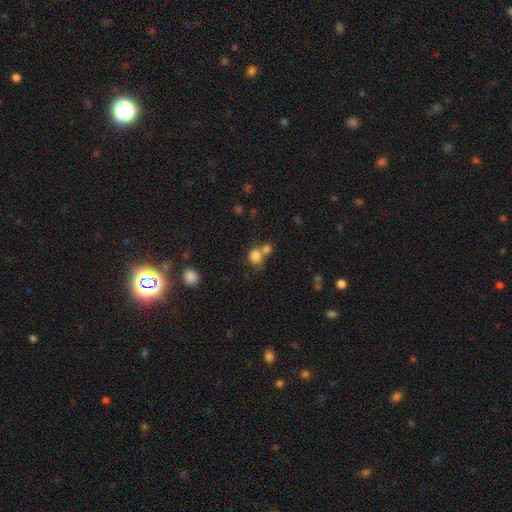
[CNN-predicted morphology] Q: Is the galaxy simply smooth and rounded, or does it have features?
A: smooth — 81%.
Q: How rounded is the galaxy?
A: round — 77%.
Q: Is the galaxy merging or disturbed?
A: none — 43%, tied with merger.